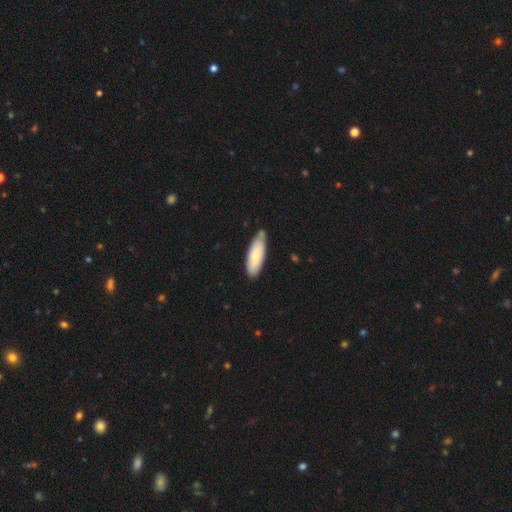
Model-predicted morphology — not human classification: smooth_or_featured: smooth (p=0.75) [alt: featured or disk p=0.20]
how_rounded: in between (p=0.57) [alt: cigar-shaped p=0.42]
merging: none (p=0.73) [alt: minor disturbance p=0.19]